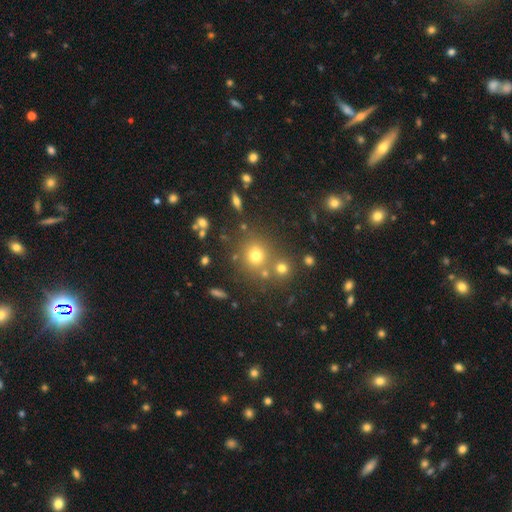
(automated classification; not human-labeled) Smooth or featured?
  - smooth: 69% *
  - star or artifact: 19%
  - featured or disk: 12%
How rounded?
  - round: 86% *
  - in between: 13%
  - cigar-shaped: 1%
Merging?
  - none: 72% *
  - merger: 14%
  - minor disturbance: 10%
  - major disturbance: 4%